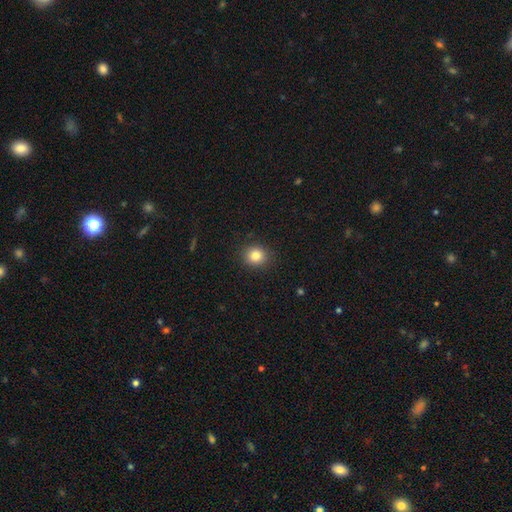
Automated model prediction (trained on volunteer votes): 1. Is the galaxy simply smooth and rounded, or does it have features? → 83% smooth, 11% star or artifact, 6% featured or disk.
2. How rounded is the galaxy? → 81% round, 18% in between, 1% cigar-shaped.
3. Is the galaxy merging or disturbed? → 89% none, 7% minor disturbance, 2% major disturbance, 1% merger.